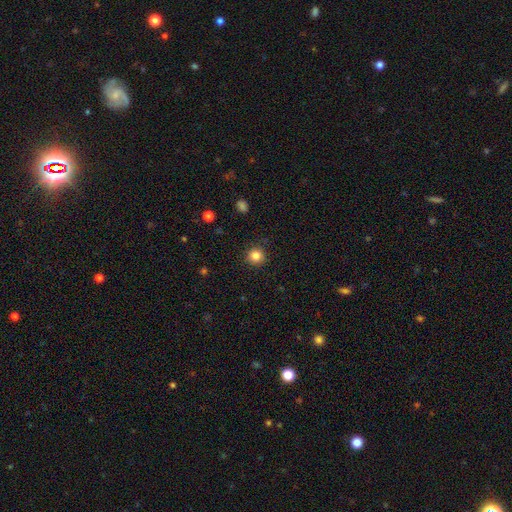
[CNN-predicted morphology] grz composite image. It shows a smooth galaxy with no disk features (84%) that is round (94%). Merging: none (91%).